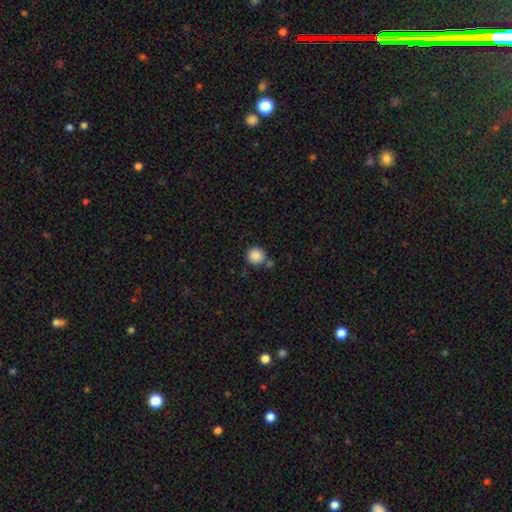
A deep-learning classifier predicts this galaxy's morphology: A smooth galaxy with no disk features (87%) that is round (94%). Merging: none (76%).